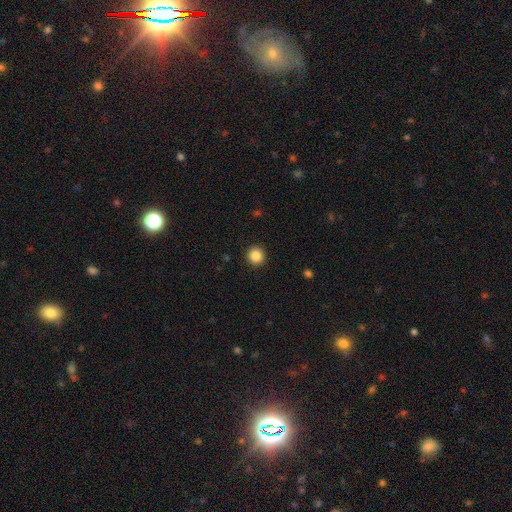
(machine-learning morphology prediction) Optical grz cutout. It shows a smooth galaxy with no disk features (86%) that is round (95%). Merging: none (92%).